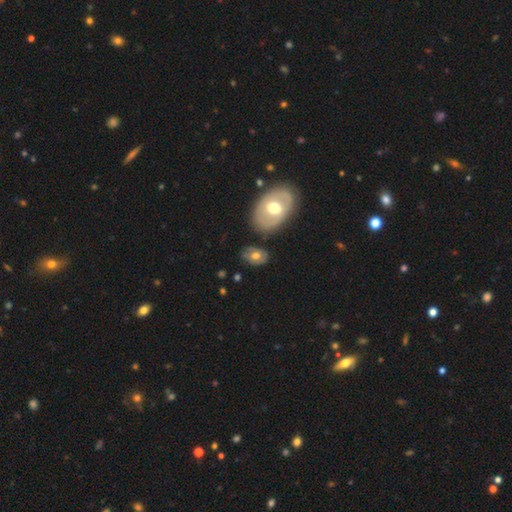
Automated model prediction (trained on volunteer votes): smooth_or_featured: smooth (p=0.56) [alt: featured or disk p=0.36]
how_rounded: in between (p=0.81) [alt: round p=0.18]
merging: none (p=0.69) [alt: minor disturbance p=0.18]